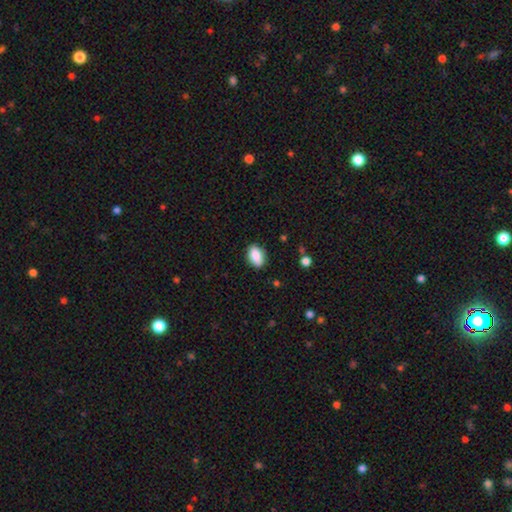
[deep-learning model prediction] Smooth or featured: smooth — 86% (star or artifact — 7%)
How rounded: in between — 88% (round — 9%)
Merging: none — 86% (minor disturbance — 11%)